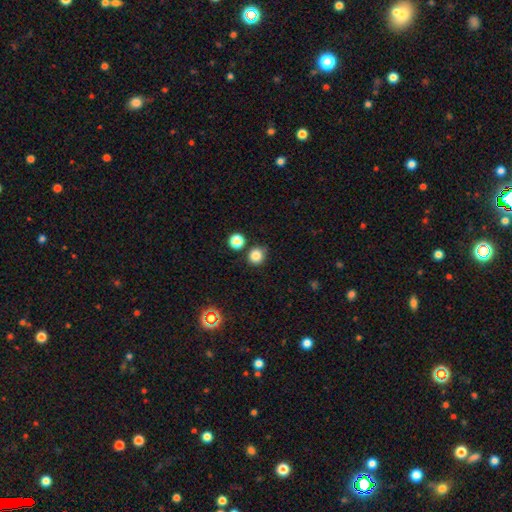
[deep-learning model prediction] Smooth or featured? smooth (83%)
How rounded? round (89%)
Merging? none (79%)